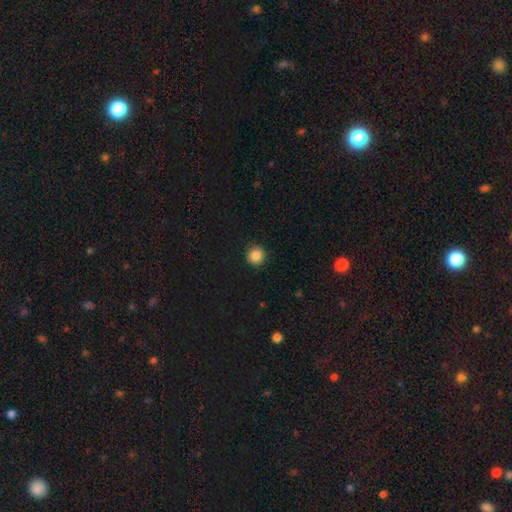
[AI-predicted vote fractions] Morphology: type=smooth (86%); roundness=round (94%); merging=none (91%).